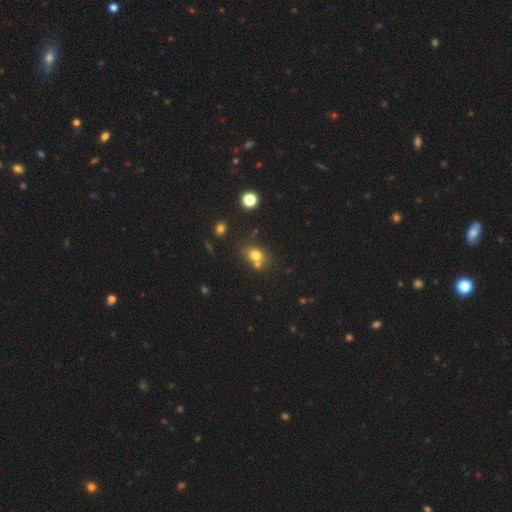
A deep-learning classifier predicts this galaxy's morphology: This is likely a smooth galaxy (73%). How rounded: possibly in between (53%). Merging: possibly none (50%).